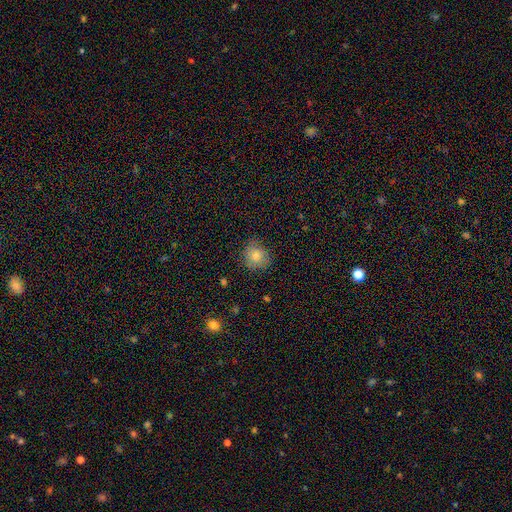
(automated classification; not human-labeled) This is likely a smooth galaxy (78%). How rounded: clearly round (85%). Merging: likely none (77%).